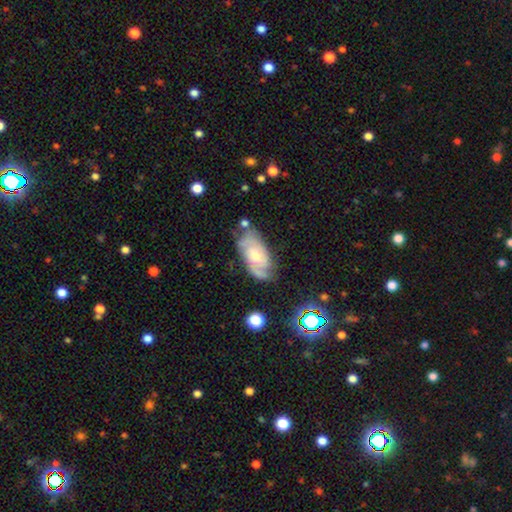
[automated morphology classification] Smooth or featured?
  - featured or disk: 76% *
  - smooth: 17%
  - star or artifact: 6%
Edge-on disk?
  - no: 95% *
  - yes: 5%
Bar?
  - no: 66% *
  - weak: 30%
  - strong: 5%
Spiral arms?
  - yes: 94% *
  - no: 6%
Spiral winding?
  - tight: 49% *
  - medium: 39%
  - loose: 12%
Spiral arm count?
  - 2: 53% *
  - can't tell: 23%
  - 3: 14%
  - 1: 4%
  - 4: 3%
  - more than 4: 2%
Bulge size?
  - moderate: 50% *
  - small: 44%
  - large: 3%
  - none: 2%
  - dominant: 1%
Merging?
  - none: 65% *
  - minor disturbance: 23%
  - major disturbance: 8%
  - merger: 4%